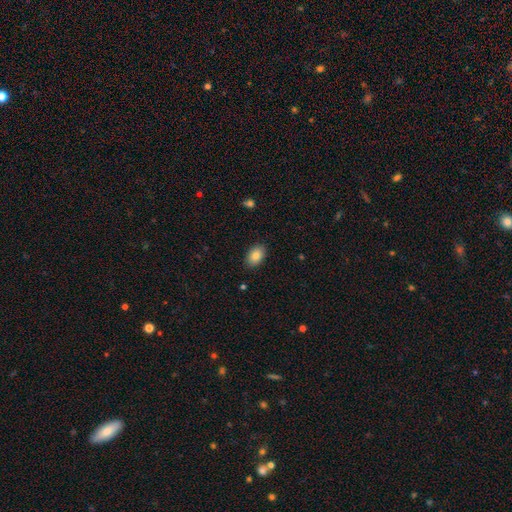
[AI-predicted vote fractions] Smooth or featured? Predicted: smooth (p=0.85). How rounded? Predicted: in between (p=0.89). Merging? Predicted: none (p=0.88).